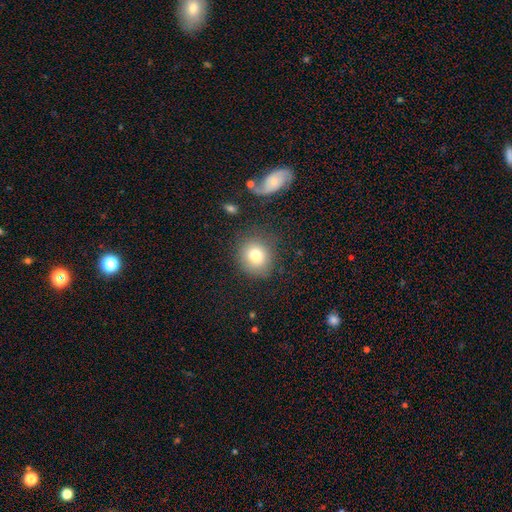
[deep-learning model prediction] smooth_or_featured: smooth (p=0.76) [alt: featured or disk p=0.12]
how_rounded: round (p=0.83) [alt: in between p=0.16]
merging: none (p=0.81) [alt: minor disturbance p=0.12]